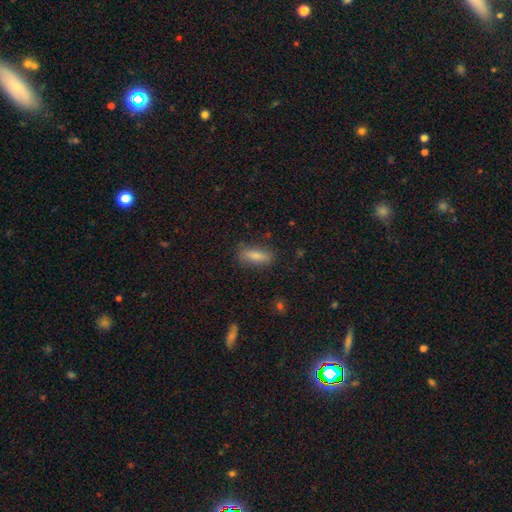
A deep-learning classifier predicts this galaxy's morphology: Smooth or featured: smooth — 79% (featured or disk — 14%)
How rounded: in between — 58% (cigar-shaped — 39%)
Merging: none — 82% (minor disturbance — 13%)